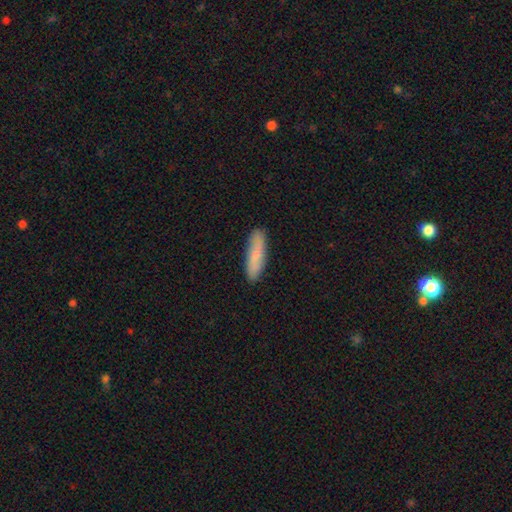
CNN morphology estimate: Smooth or featured?
  - smooth: 78% *
  - featured or disk: 16%
  - star or artifact: 6%
How rounded?
  - cigar-shaped: 70% *
  - in between: 29%
  - round: 2%
Merging?
  - none: 88% *
  - minor disturbance: 9%
  - major disturbance: 2%
  - merger: 1%